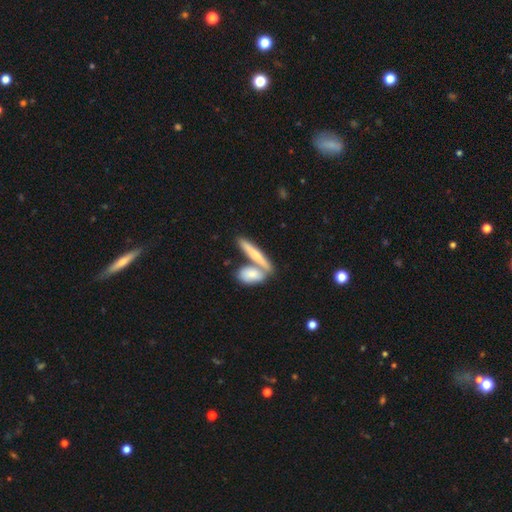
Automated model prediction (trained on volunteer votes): smooth-or-featured: smooth: 64% | featured or disk: 30% | star or artifact: 6%
  how-rounded: cigar-shaped: 68% | in between: 28% | round: 5%
  merging: none: 49% | merger: 38% | minor disturbance: 10% | major disturbance: 4%